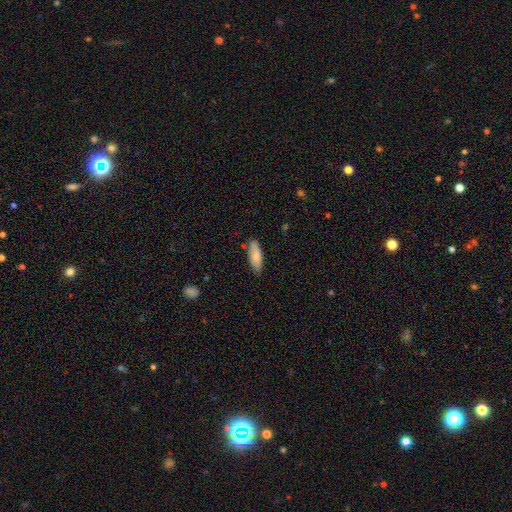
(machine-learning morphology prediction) Overall: smooth (82%). How rounded: in between (67%; cigar-shaped 31%). Merging: none (81%).